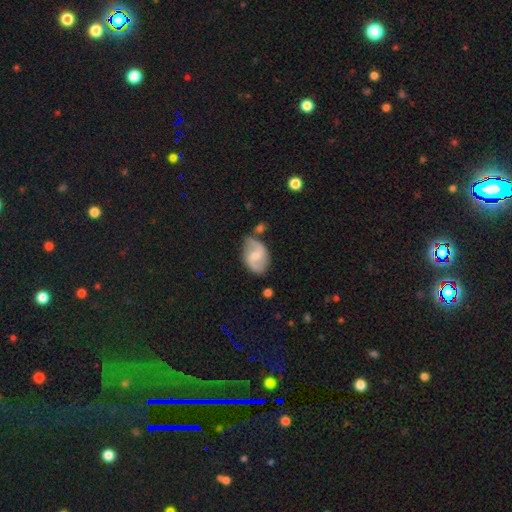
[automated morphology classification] featured or disk 74%, smooth 20%, star or artifact 6%. Down the decision tree: edge-on disk — no (97%); bar — weak (51%); spiral arms — yes (92%); spiral arm count — 2 (89%); spiral winding — loose (45%); bulge size — small (48%); merging — none (66%).